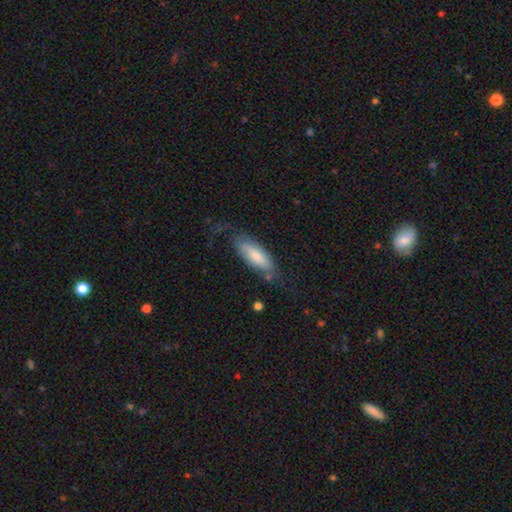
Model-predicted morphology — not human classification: Smooth or featured? smooth (67%)
How rounded? in between (64%)
Merging? none (58%)